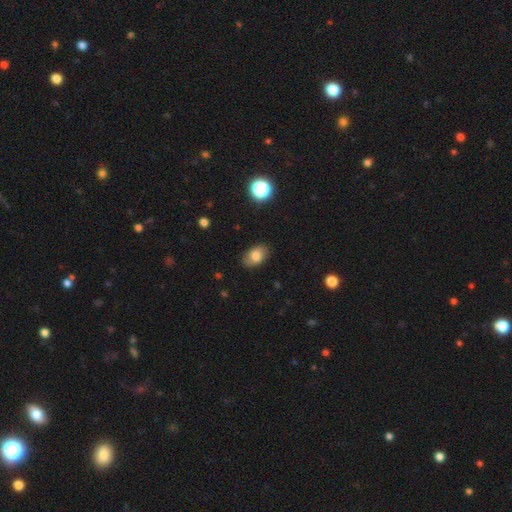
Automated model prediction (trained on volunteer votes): Smooth or featured? Predicted: smooth (p=0.79). How rounded? Predicted: in between (p=0.86). Merging? Predicted: none (p=0.84).